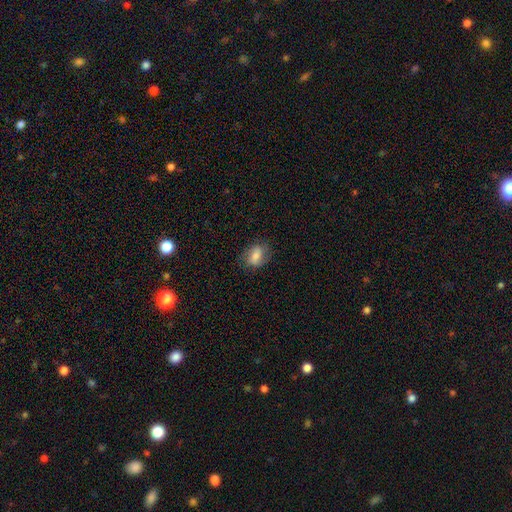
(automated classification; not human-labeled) smooth-or-featured: smooth: 66% | featured or disk: 26% | star or artifact: 8%
  how-rounded: in between: 75% | round: 23% | cigar-shaped: 2%
  merging: none: 75% | minor disturbance: 18% | major disturbance: 6% | merger: 1%